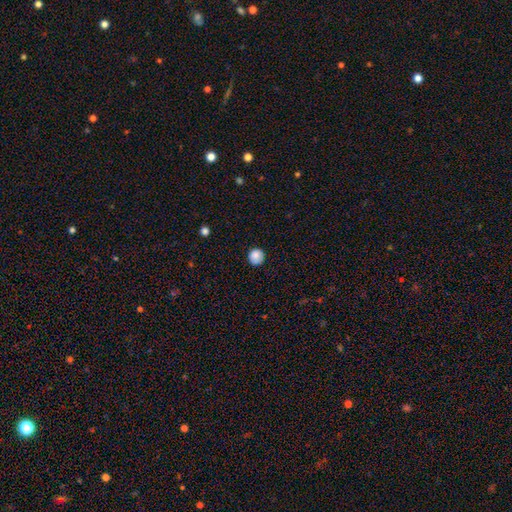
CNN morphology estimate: Q: Smooth or featured?
A: smooth (85%); runner-up: star or artifact (9%)
Q: How rounded?
A: round (93%); runner-up: in between (6%)
Q: Merging?
A: none (87%); runner-up: minor disturbance (10%)